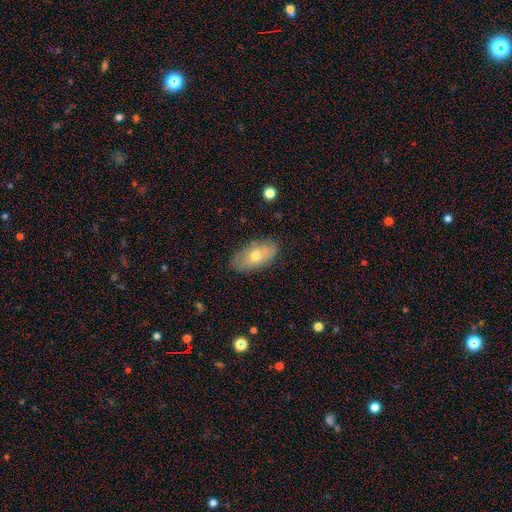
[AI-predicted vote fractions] The model was most divided on "smooth or featured": smooth: 59%, featured or disk: 34%, star or artifact: 7%. More confident: how rounded — in between (92%); merging — none (82%).